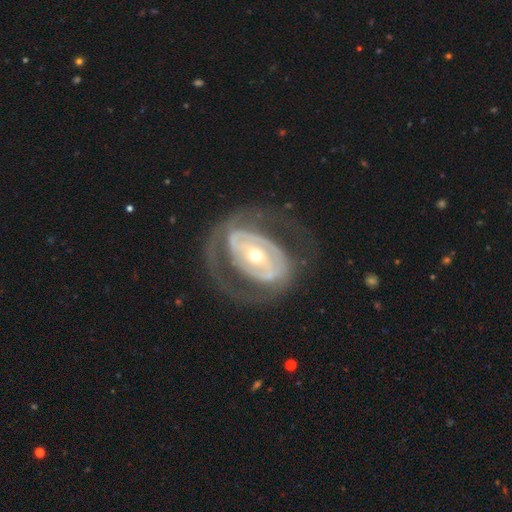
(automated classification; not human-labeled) Smooth or featured?
  - featured or disk: 82% *
  - smooth: 13%
  - star or artifact: 5%
Edge-on disk?
  - no: 95% *
  - yes: 5%
Bar?
  - no: 43% *
  - weak: 29%
  - strong: 28%
Spiral arms?
  - yes: 65% *
  - no: 35%
Spiral winding?
  - tight: 48% *
  - medium: 34%
  - loose: 18%
Spiral arm count?
  - 2: 55% *
  - can't tell: 25%
  - 1: 10%
  - 3: 5%
  - 4: 2%
  - more than 4: 2%
Bulge size?
  - small: 53% *
  - moderate: 41%
  - large: 3%
  - dominant: 1%
  - none: 1%
Merging?
  - none: 56% *
  - major disturbance: 26%
  - minor disturbance: 16%
  - merger: 2%